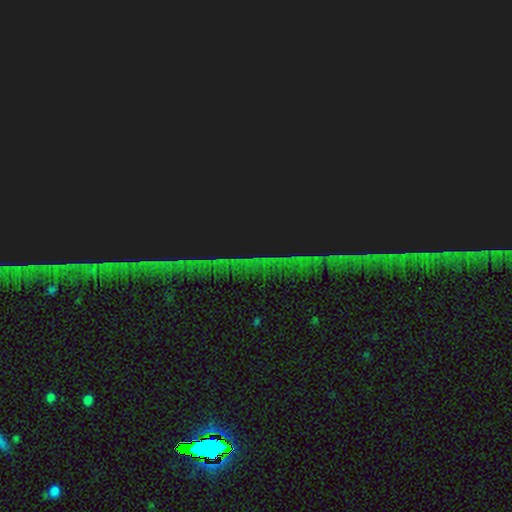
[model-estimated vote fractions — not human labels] Smooth or featured?
  - star or artifact: 85% *
  - featured or disk: 8%
  - smooth: 7%